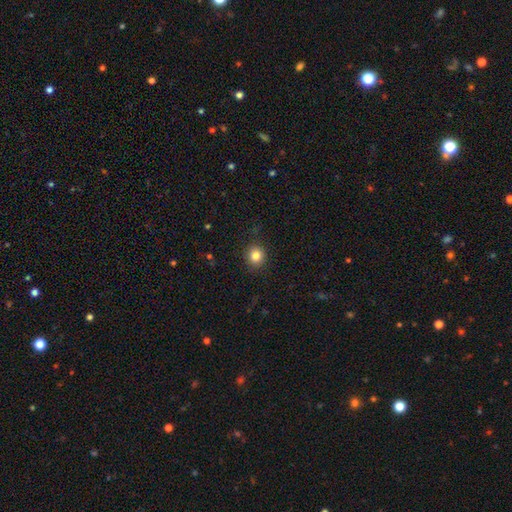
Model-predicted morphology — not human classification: Smooth or featured?
  - smooth: 83% *
  - star or artifact: 11%
  - featured or disk: 6%
How rounded?
  - round: 86% *
  - in between: 13%
  - cigar-shaped: 1%
Merging?
  - none: 89% *
  - minor disturbance: 8%
  - major disturbance: 2%
  - merger: 1%